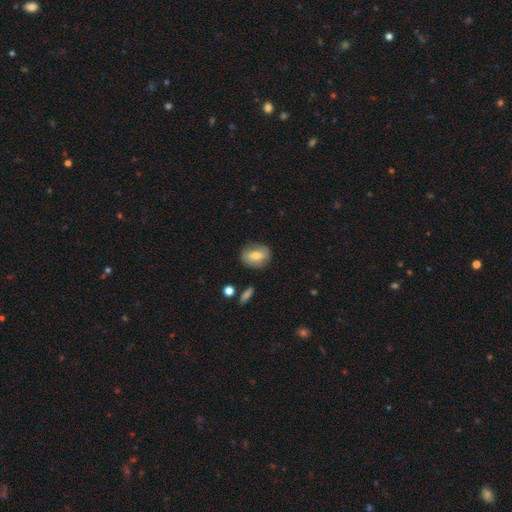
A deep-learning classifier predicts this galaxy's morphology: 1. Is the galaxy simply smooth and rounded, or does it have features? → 62% smooth, 30% featured or disk, 8% star or artifact.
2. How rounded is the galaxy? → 67% in between, 30% round, 2% cigar-shaped.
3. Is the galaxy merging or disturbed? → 79% none, 15% minor disturbance, 4% major disturbance, 2% merger.